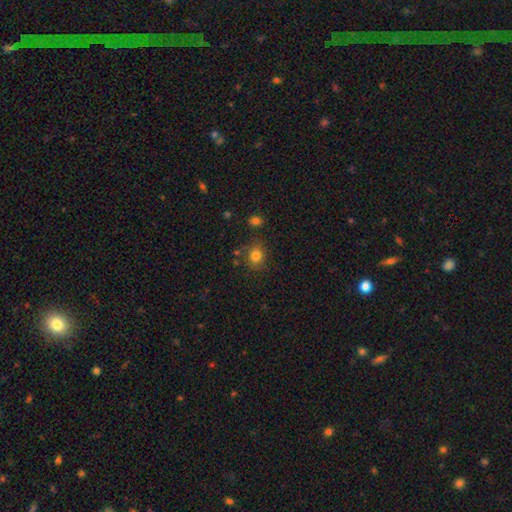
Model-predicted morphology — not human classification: Q: Smooth or featured?
A: smooth (80%); runner-up: star or artifact (13%)
Q: How rounded?
A: round (69%); runner-up: in between (30%)
Q: Merging?
A: none (78%); runner-up: minor disturbance (13%)